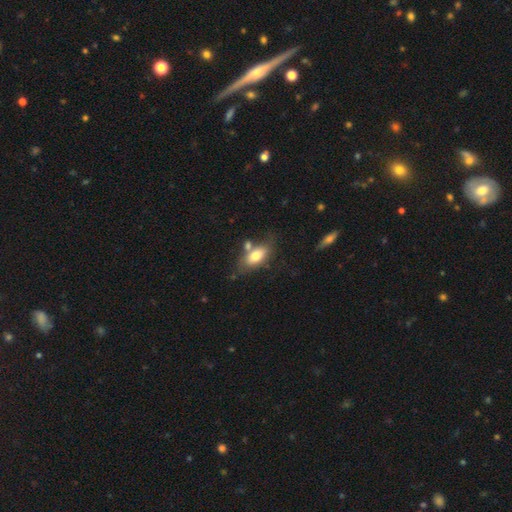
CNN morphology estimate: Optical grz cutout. It shows a smooth galaxy with no disk features (73%) that is in between round and cigar-shaped (87%). Merging: none (58%).